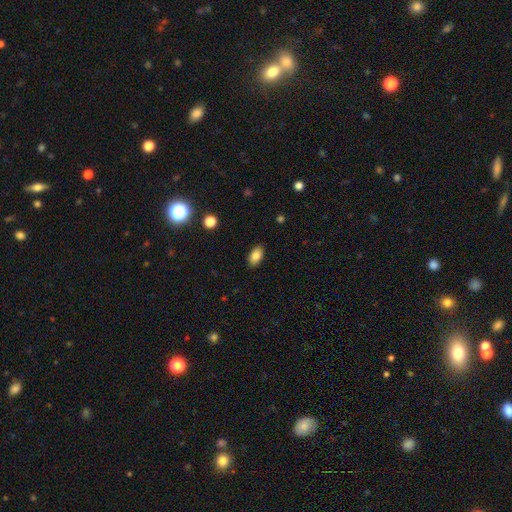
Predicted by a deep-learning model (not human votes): Smooth or featured: smooth — 84% (star or artifact — 9%)
How rounded: in between — 91% (round — 6%)
Merging: none — 88% (minor disturbance — 9%)